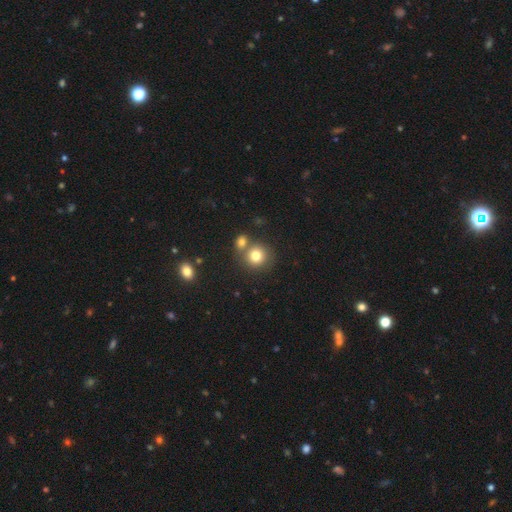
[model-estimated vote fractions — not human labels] Overall: smooth (79%). How rounded: round (87%). Merging: none (62%; merger 27%).